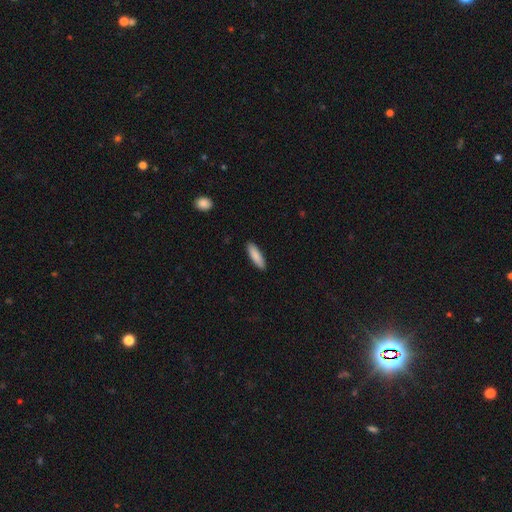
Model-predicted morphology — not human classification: This appears to be a smooth galaxy with no disk features (87%) that is cigar-shaped (64%). Merging: none (90%).